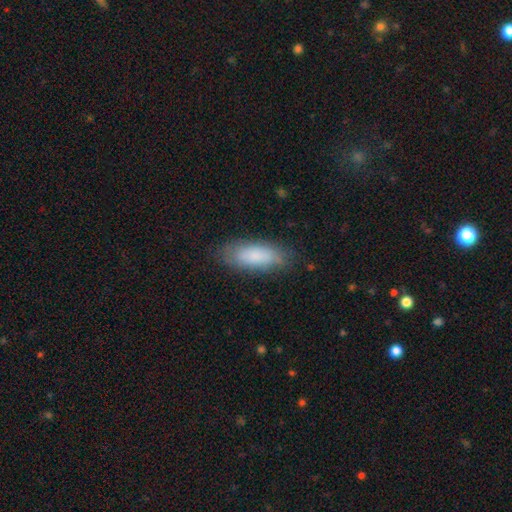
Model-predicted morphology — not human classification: smooth 79%, featured or disk 15%, star or artifact 6%. Down the decision tree: how rounded — in between (77%); merging — none (76%).